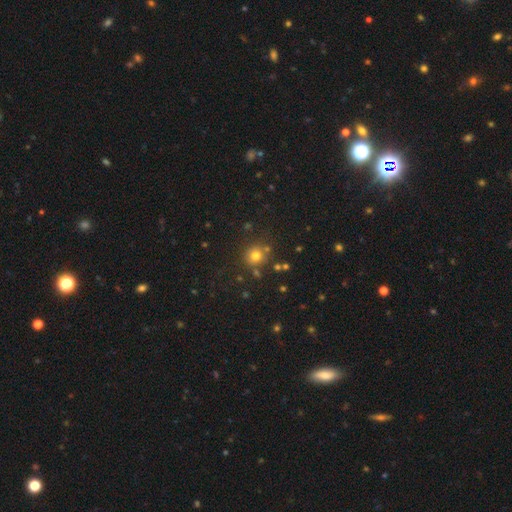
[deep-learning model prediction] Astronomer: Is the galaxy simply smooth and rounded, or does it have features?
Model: smooth — 74%.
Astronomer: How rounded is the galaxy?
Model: round — 89%.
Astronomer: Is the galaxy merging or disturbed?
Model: none — 79%.